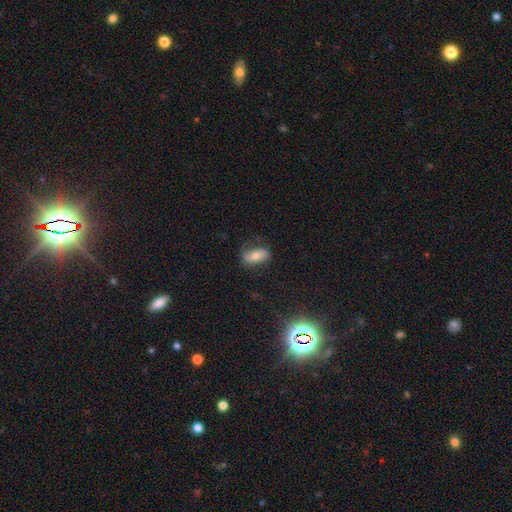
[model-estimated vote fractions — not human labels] This appears to be a smooth galaxy with no disk features (55%) that is in between round and cigar-shaped (81%). Merging: none (69%).